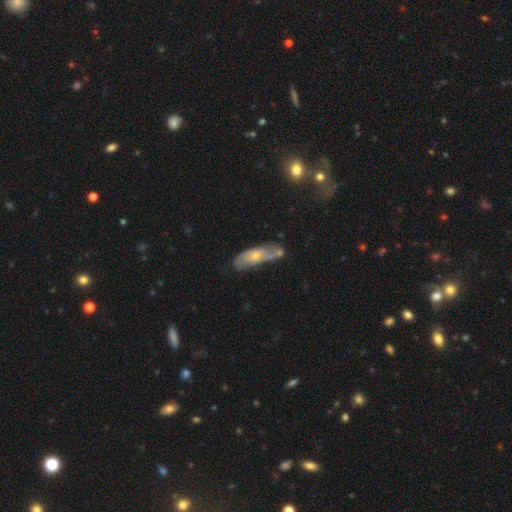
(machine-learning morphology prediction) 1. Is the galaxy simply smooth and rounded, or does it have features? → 56% featured or disk, 37% smooth, 7% star or artifact.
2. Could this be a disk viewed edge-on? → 81% no, 19% yes.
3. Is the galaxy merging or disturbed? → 46% none, 28% minor disturbance, 14% merger, 12% major disturbance.